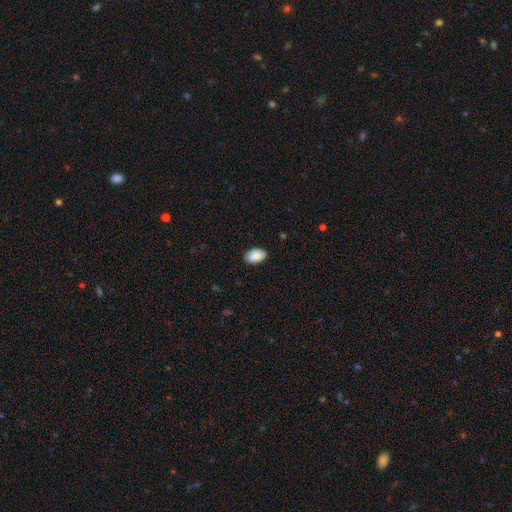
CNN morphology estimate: Smooth or featured? smooth (87%)
How rounded? in between (92%)
Merging? none (84%)